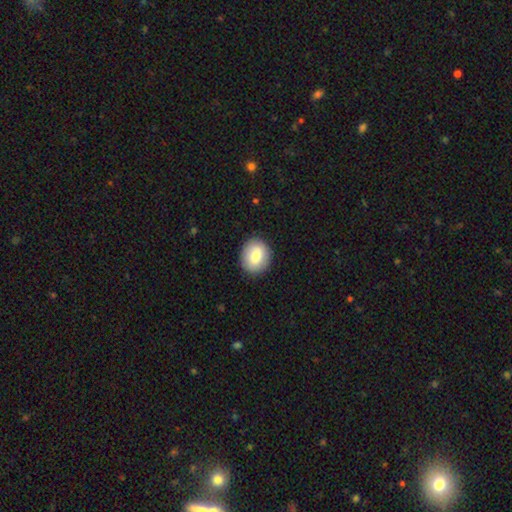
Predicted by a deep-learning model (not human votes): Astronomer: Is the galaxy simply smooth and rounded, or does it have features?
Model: smooth — 80%.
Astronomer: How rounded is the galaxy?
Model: round — 68%.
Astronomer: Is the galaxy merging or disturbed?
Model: none — 89%.